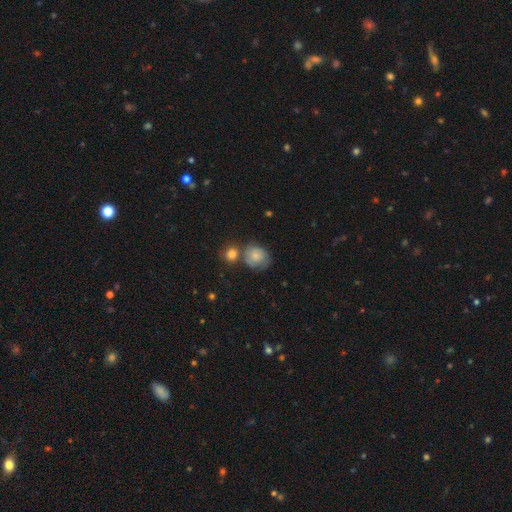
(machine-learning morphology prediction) The model was most divided on "merging": none: 47%, merger: 23%, minor disturbance: 21%, major disturbance: 9%. More confident: how rounded — round (74%); smooth or featured — smooth (74%).